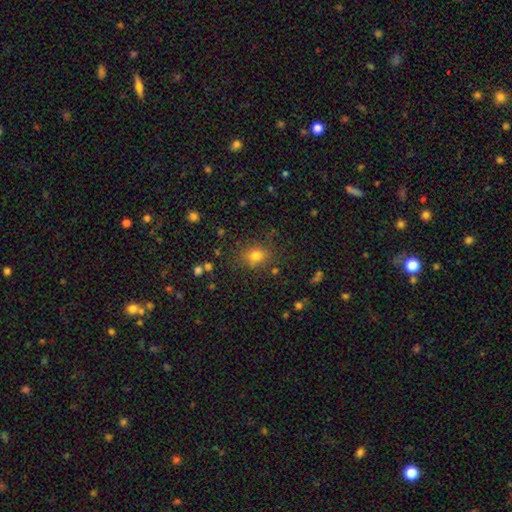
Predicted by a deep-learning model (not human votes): The model was most divided on "how rounded": round: 62%, in between: 37%, cigar-shaped: 1%. More confident: merging — none (79%); smooth or featured — smooth (76%).